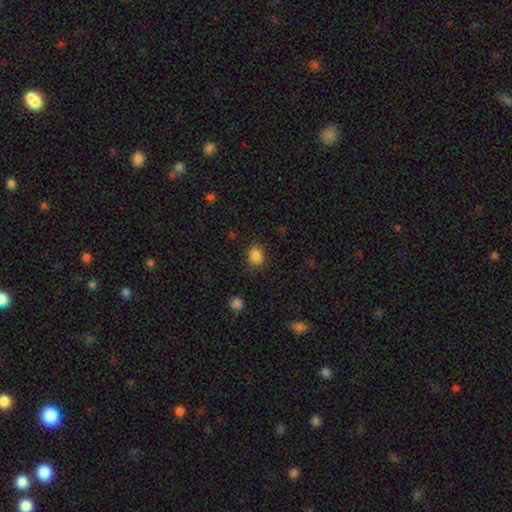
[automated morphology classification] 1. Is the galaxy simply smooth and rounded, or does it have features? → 86% smooth, 10% star or artifact, 3% featured or disk.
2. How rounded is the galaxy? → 51% in between, 49% round, 1% cigar-shaped.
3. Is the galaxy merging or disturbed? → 84% none, 11% minor disturbance, 3% major disturbance, 1% merger.